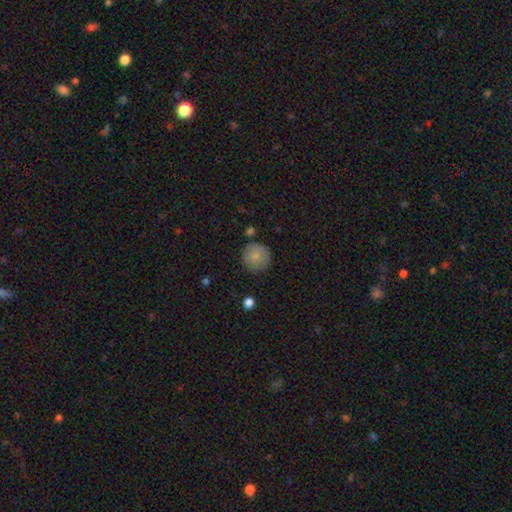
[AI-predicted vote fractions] A smooth galaxy with no disk features (84%) that is round (95%).

Vote fractions:
- Smooth or featured? smooth: 84% / featured or disk: 9% / star or artifact: 8%
- How rounded? round: 95% / in between: 4% / cigar-shaped: 1%
- Merging? none: 81% / minor disturbance: 12% / major disturbance: 3% / merger: 3%